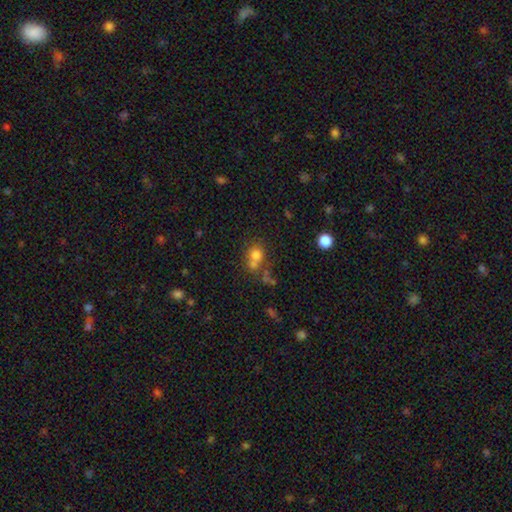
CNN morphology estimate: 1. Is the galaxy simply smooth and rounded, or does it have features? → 70% smooth, 15% star or artifact, 14% featured or disk.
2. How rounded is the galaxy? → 72% round, 26% in between, 1% cigar-shaped.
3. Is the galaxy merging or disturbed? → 46% merger, 38% none, 10% minor disturbance, 6% major disturbance.